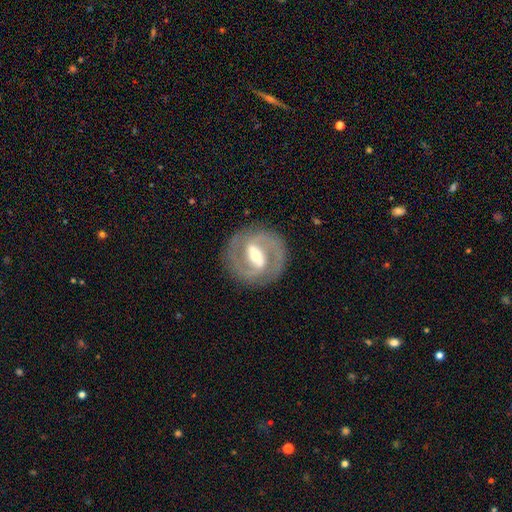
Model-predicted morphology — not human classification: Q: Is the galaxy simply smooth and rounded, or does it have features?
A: featured or disk — 86%.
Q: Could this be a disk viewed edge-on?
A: no — 96%.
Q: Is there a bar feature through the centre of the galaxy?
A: strong — 59%.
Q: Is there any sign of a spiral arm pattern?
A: yes — 88%.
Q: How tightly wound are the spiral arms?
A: medium — 46%.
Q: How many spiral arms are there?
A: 2 — 89%.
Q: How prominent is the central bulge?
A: moderate — 51%.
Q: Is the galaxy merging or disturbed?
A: none — 85%.